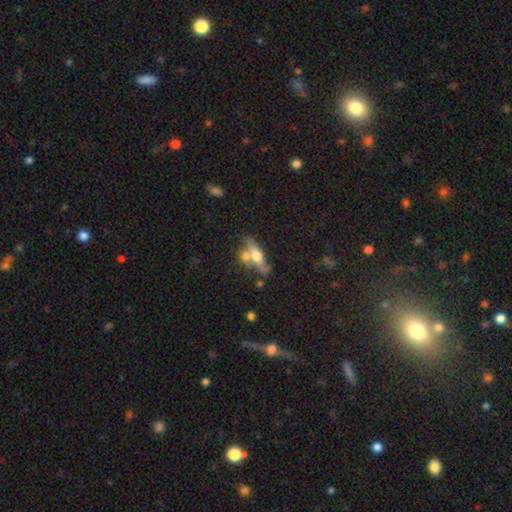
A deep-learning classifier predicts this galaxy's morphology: type=featured or disk (50%); edge-on=yes (73%); merging=none (50%).